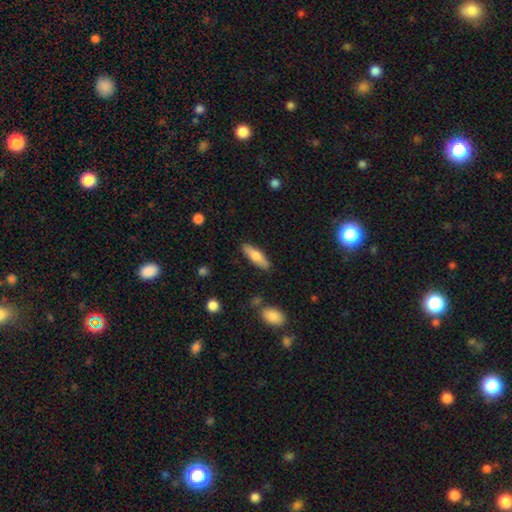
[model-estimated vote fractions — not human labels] Smooth or featured? Predicted: smooth (p=0.70). How rounded? Predicted: cigar-shaped (p=0.58). Merging? Predicted: none (p=0.86).